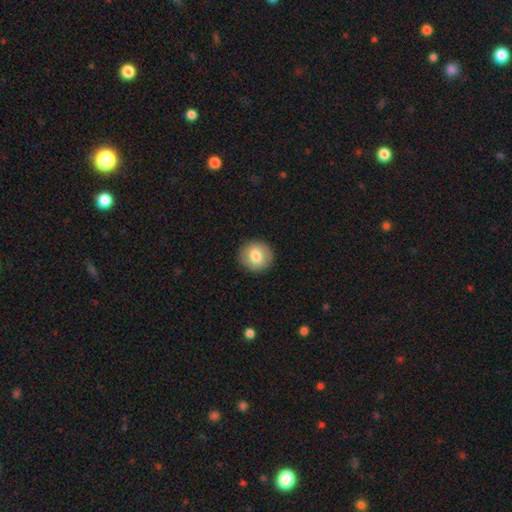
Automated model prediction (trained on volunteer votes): Morphology: type=smooth (78%); roundness=round (89%); merging=none (91%).